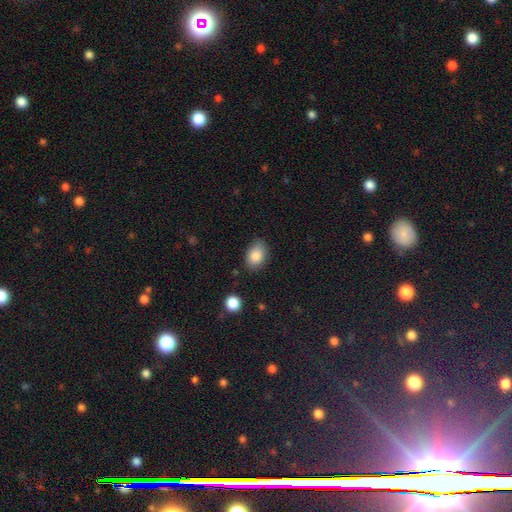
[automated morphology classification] Q: Smooth or featured?
A: smooth (84%); runner-up: star or artifact (8%)
Q: How rounded?
A: in between (81%); runner-up: round (18%)
Q: Merging?
A: none (78%); runner-up: minor disturbance (16%)